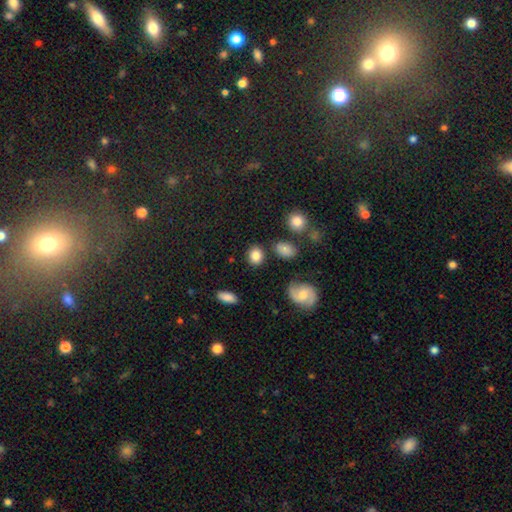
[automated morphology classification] Smooth or featured? smooth (83%)
How rounded? round (60%)
Merging? none (83%)